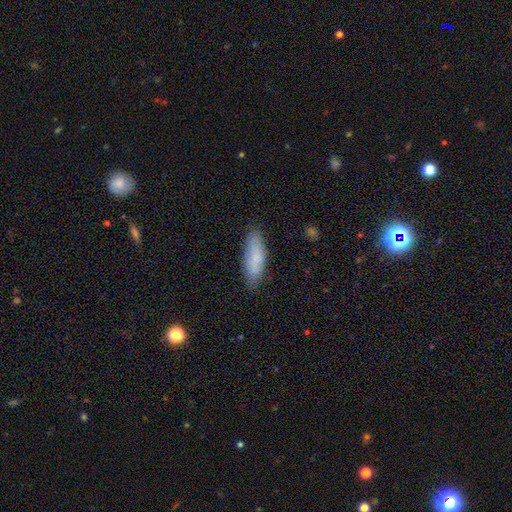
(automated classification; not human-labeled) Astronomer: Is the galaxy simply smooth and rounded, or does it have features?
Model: smooth — 79%.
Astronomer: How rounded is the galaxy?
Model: in between — 61% (runner-up: cigar-shaped, 37%).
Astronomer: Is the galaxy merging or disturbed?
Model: none — 79%.